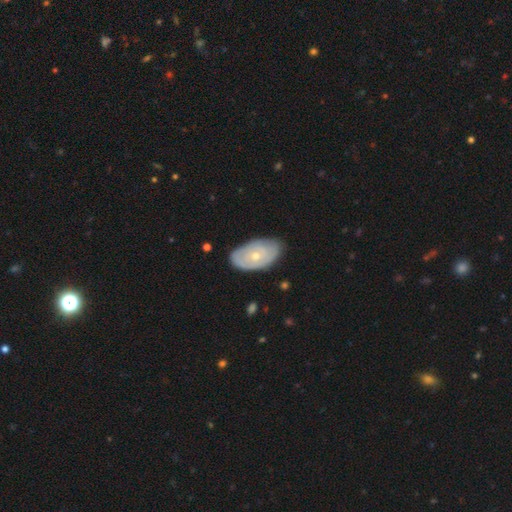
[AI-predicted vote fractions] Smooth or featured? featured or disk (56%)
Edge-on disk? no (92%)
Bar? no (89%)
Spiral arms? no (51%)
Bulge size? small (60%)
Merging? none (74%)